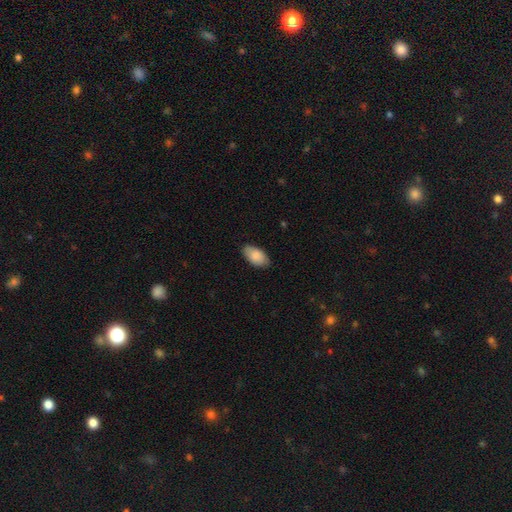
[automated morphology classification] Smooth or featured? smooth (87%)
How rounded? in between (95%)
Merging? none (84%)